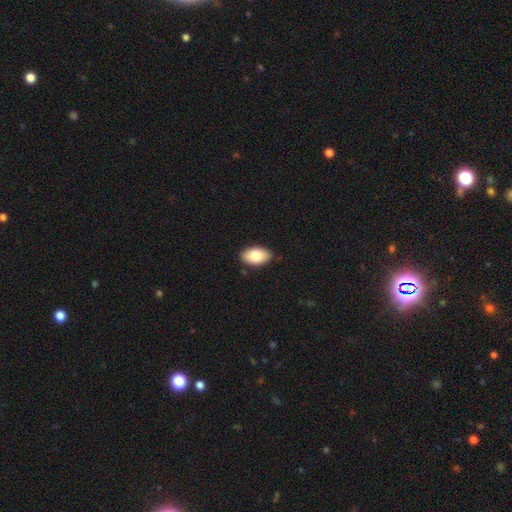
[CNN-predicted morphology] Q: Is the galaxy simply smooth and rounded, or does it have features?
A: smooth — 81%.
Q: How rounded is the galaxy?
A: in between — 93%.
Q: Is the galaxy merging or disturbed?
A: none — 87%.